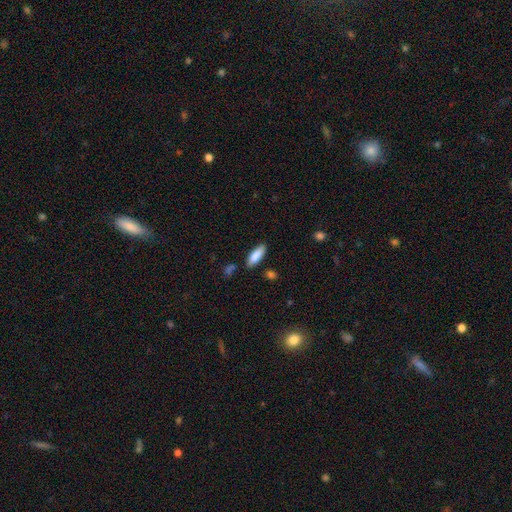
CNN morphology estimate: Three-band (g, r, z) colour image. It shows a smooth galaxy with no disk features (86%) that is in between round and cigar-shaped (62%). Merging: none (81%).